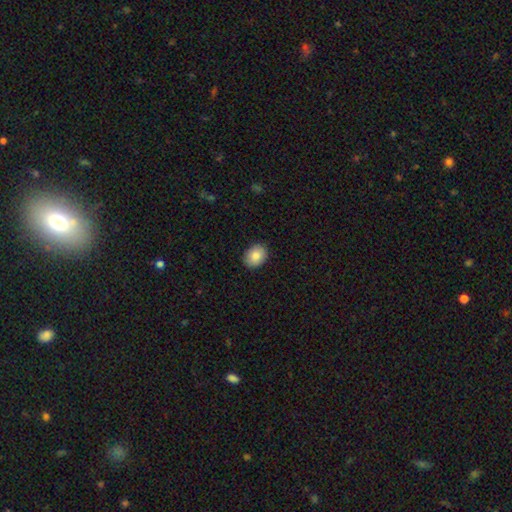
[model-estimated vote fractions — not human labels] Smooth or featured? smooth (84%)
How rounded? in between (57%)
Merging? none (88%)